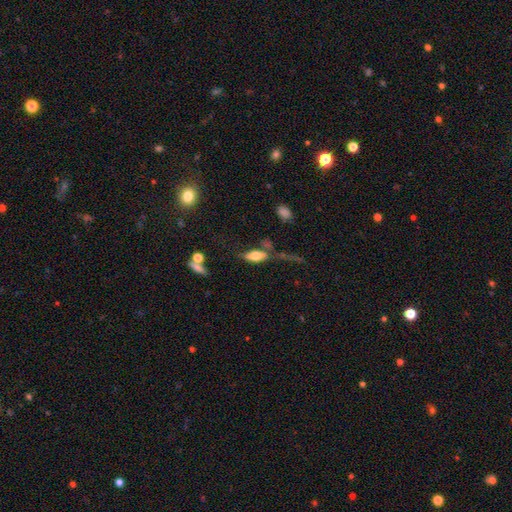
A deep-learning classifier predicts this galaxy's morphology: Smooth or featured? Predicted: smooth (p=0.61). How rounded? Predicted: in between (p=0.79). Merging? Predicted: none (p=0.36).